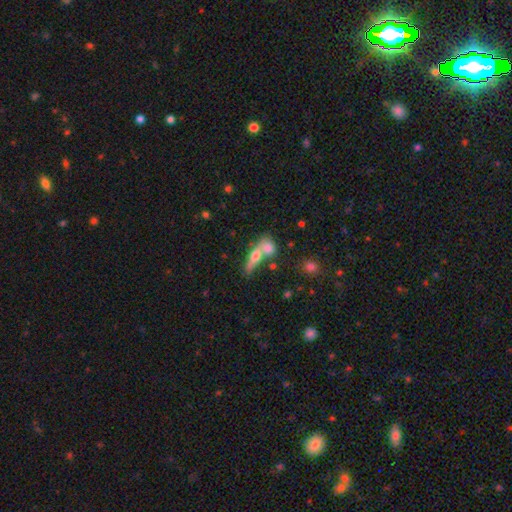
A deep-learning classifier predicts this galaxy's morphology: Overall: smooth (58%; featured or disk 33%). How rounded: cigar-shaped (47%; in between 41%). Merging: merger (51%; none 34%).